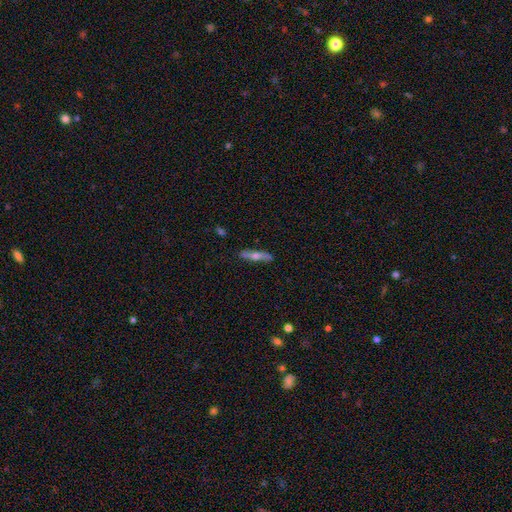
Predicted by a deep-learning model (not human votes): Q: Smooth or featured?
A: featured or disk (53%); runner-up: smooth (40%)
Q: Edge-on disk?
A: yes (87%); runner-up: no (13%)
Q: Merging?
A: none (86%); runner-up: minor disturbance (11%)